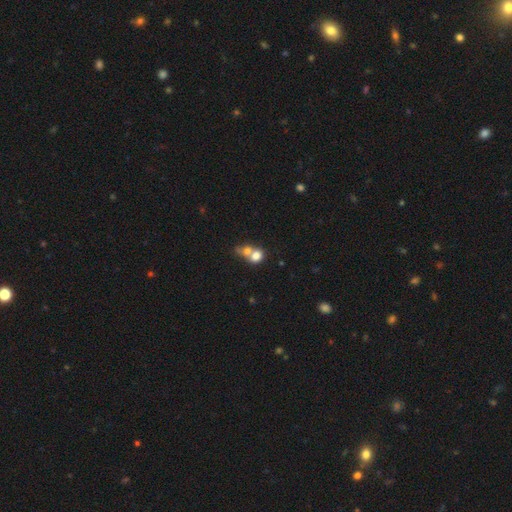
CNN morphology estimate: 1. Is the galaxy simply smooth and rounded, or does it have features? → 73% smooth, 17% featured or disk, 10% star or artifact.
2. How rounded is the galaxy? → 56% round, 42% in between, 1% cigar-shaped.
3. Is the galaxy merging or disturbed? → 65% merger, 24% none, 7% minor disturbance, 4% major disturbance.